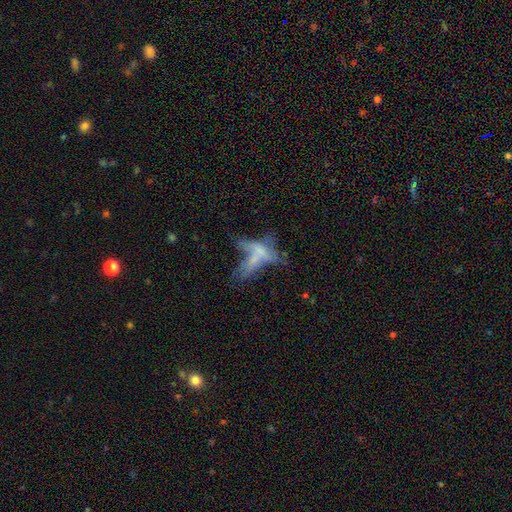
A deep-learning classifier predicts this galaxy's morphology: Q: Smooth or featured?
A: featured or disk (46%); runner-up: smooth (38%)
Q: Merging?
A: merger (44%); runner-up: major disturbance (24%)